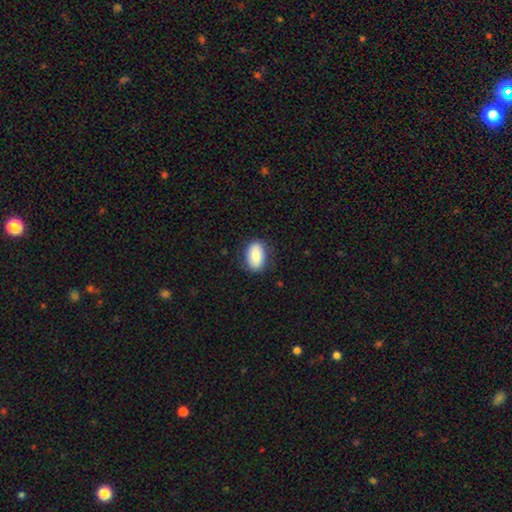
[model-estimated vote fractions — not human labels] Q: Smooth or featured?
A: smooth (82%); runner-up: featured or disk (11%)
Q: How rounded?
A: in between (89%); runner-up: round (10%)
Q: Merging?
A: none (82%); runner-up: minor disturbance (13%)